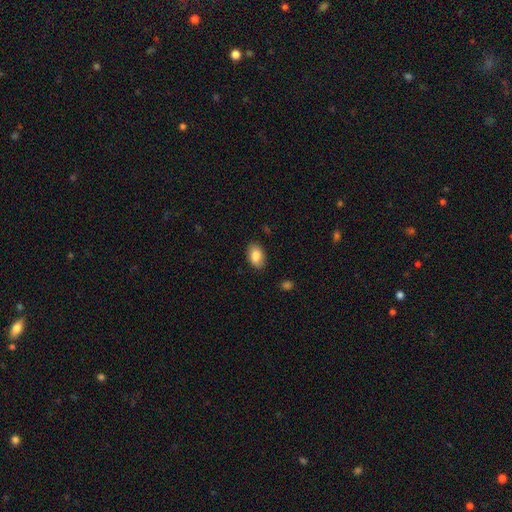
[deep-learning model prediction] Smooth or featured? smooth (83%)
How rounded? in between (90%)
Merging? none (84%)